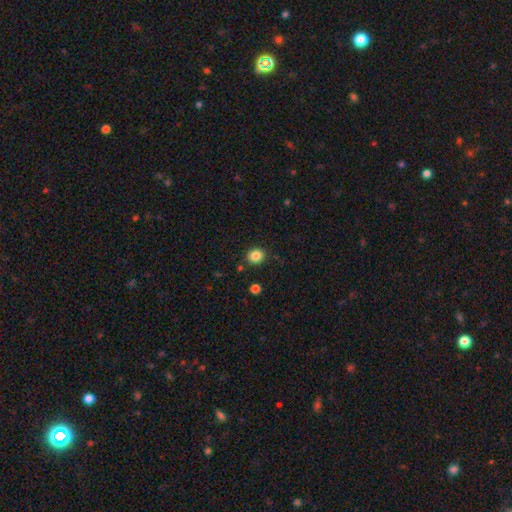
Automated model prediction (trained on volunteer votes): This appears to be a smooth galaxy with no disk features (85%) that is round (77%). Merging: none (87%).